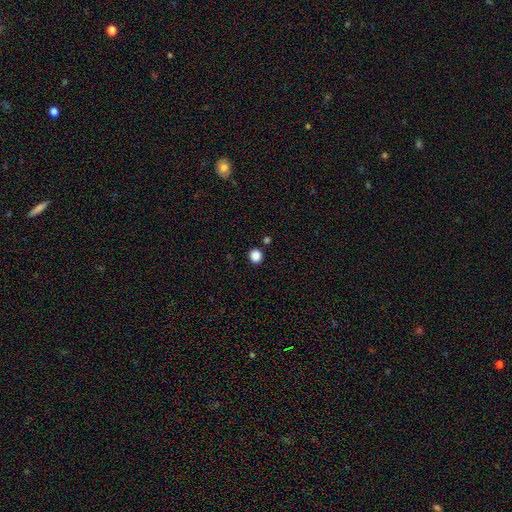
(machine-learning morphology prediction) The model was most divided on "smooth or featured": smooth: 87%, star or artifact: 11%, featured or disk: 3%. More confident: how rounded — round (89%); merging — none (88%).